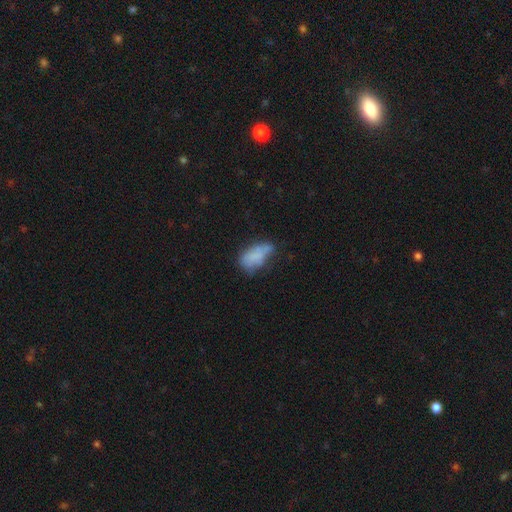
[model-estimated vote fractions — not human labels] This appears to be a smooth galaxy with no disk features (65%) that is in between round and cigar-shaped (87%). Merging: none (35%).